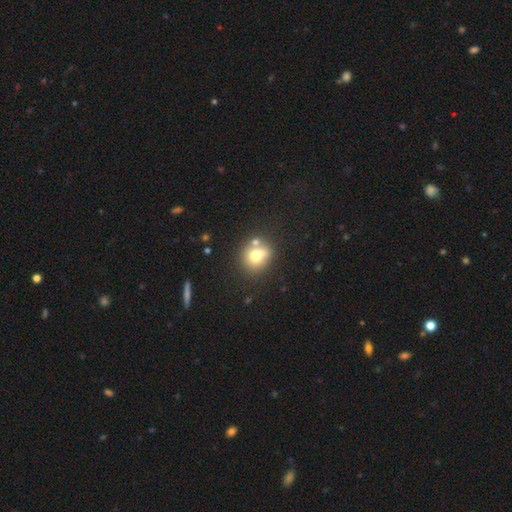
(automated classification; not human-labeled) A smooth galaxy with no disk features (68%) that is round (78%).

Vote fractions:
- Smooth or featured? smooth: 68% / featured or disk: 20% / star or artifact: 12%
- How rounded? round: 78% / in between: 21% / cigar-shaped: 1%
- Merging? none: 54% / merger: 27% / minor disturbance: 14% / major disturbance: 5%